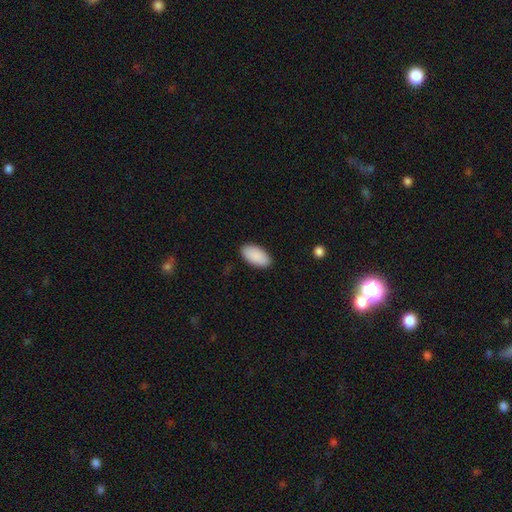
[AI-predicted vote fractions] A smooth galaxy with no disk features (91%) that is in between round and cigar-shaped (96%). Merging: none (89%).